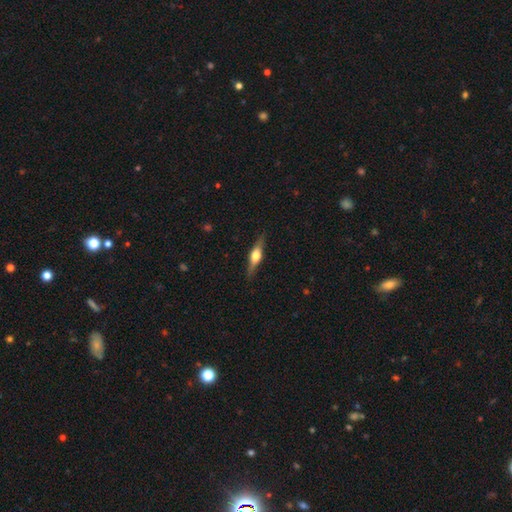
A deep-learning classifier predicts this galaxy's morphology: This appears to be a featured or disk galaxy (61%) viewed edge-on (95%) with a rounded central bulge (92%). Merging: none (87%).